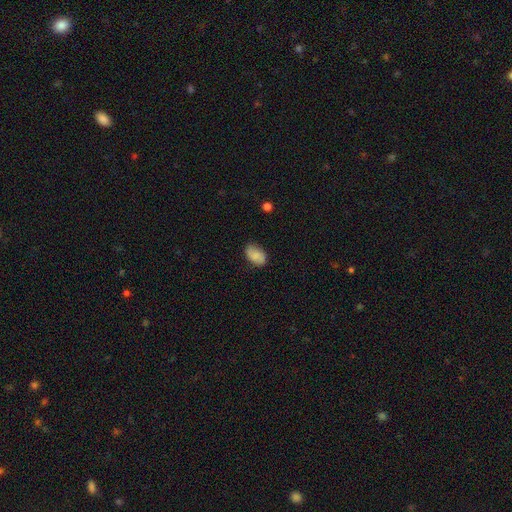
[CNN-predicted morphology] smooth 73%, featured or disk 19%, star or artifact 8%. Down the decision tree: how rounded — in between (88%); merging — none (73%).